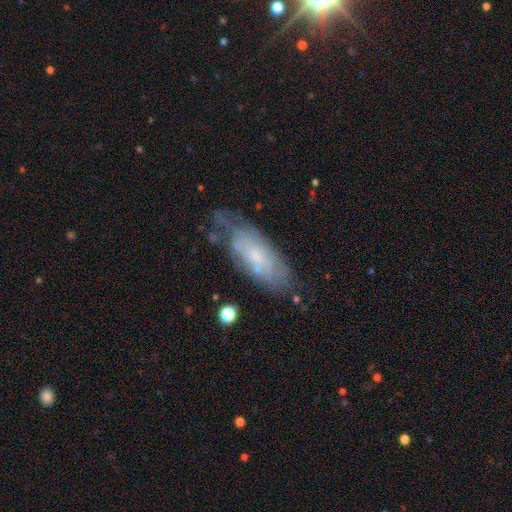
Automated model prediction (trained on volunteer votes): smooth_or_featured: featured or disk (p=0.51) [alt: smooth p=0.41]
disk_edge_on: no (p=0.82) [alt: yes p=0.18]
merging: none (p=0.58) [alt: minor disturbance p=0.28]